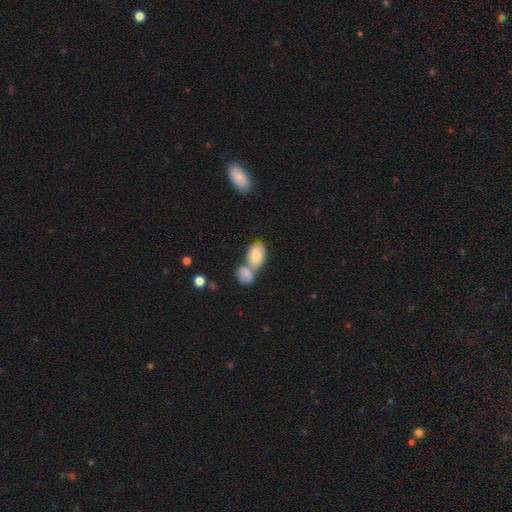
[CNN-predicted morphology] This is likely a smooth galaxy (72%). How rounded: likely in between (80%). Merging: possibly merger (50%).